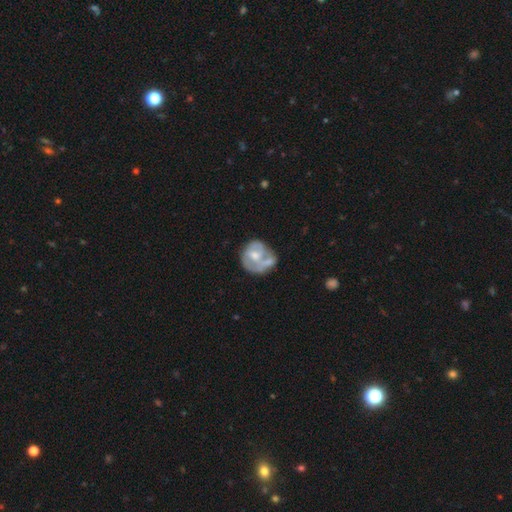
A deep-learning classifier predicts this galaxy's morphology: featured or disk 56%, smooth 38%, star or artifact 6%. Down the decision tree: edge-on disk — no (98%); bar — no (66%); spiral arms — no (57%); bulge size — moderate (60%); merging — merger (36%).